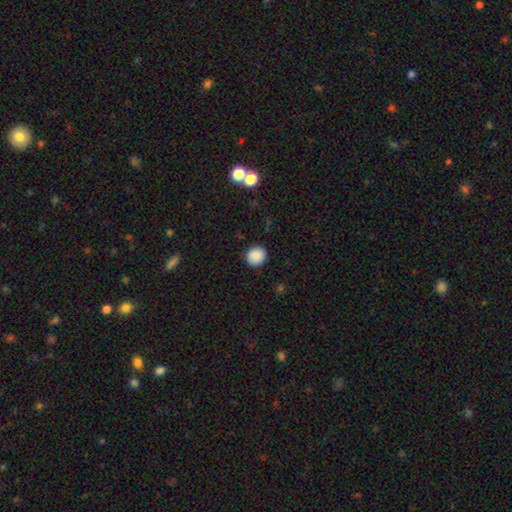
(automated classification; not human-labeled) This appears to be a smooth galaxy with no disk features (88%) that is round (87%). Merging: none (90%).